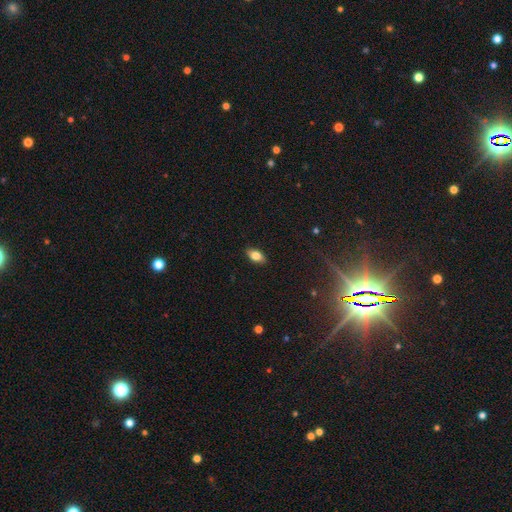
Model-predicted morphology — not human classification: smooth 75%, featured or disk 17%, star or artifact 8%. Down the decision tree: how rounded — in between (88%); merging — none (88%).